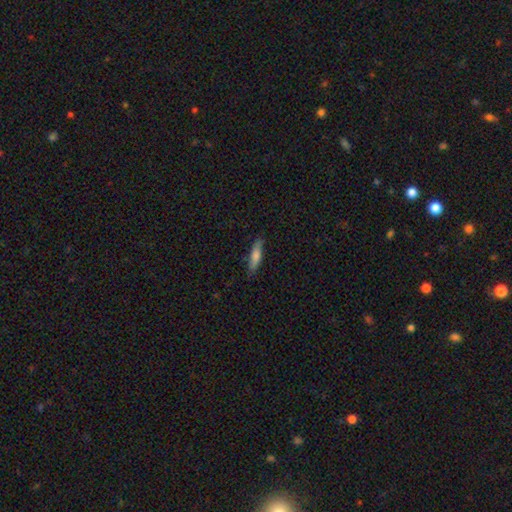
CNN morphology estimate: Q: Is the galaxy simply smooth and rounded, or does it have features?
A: smooth — 74%.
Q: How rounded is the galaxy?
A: cigar-shaped — 75%.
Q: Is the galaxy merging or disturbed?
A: none — 83%.